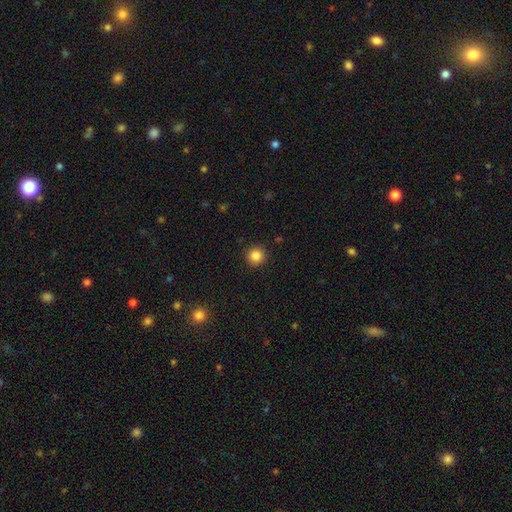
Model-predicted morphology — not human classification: smooth_or_featured: smooth (p=0.86) [alt: star or artifact p=0.11]
how_rounded: round (p=0.95) [alt: in between p=0.04]
merging: none (p=0.92) [alt: minor disturbance p=0.05]